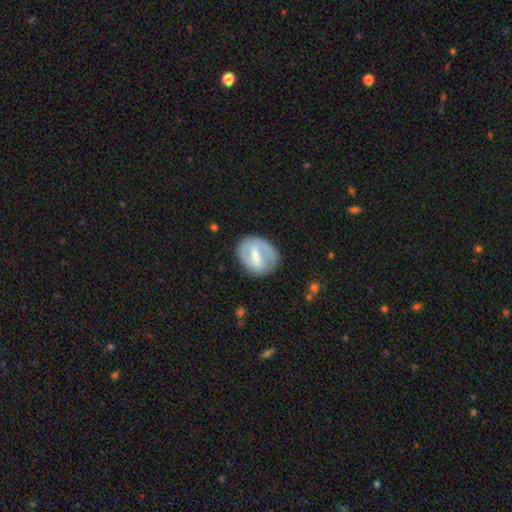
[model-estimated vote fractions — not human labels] Morphology: type=featured or disk (53%); edge-on=no (95%); bar=strong (48%); spiral arms=yes (51%); bulge=moderate (38%); merging=none (69%).